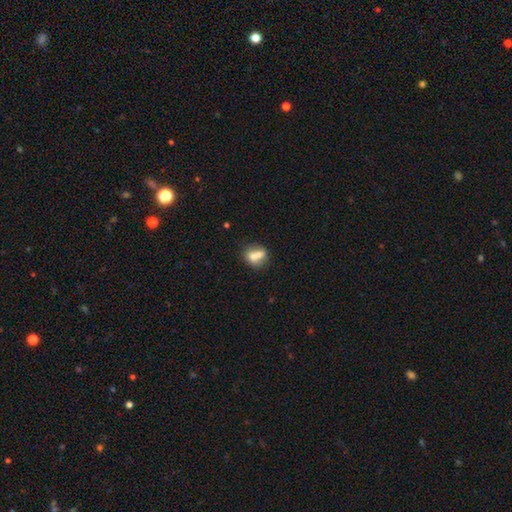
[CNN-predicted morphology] Smooth or featured? smooth (69%)
How rounded? in between (50%)
Merging? none (49%)